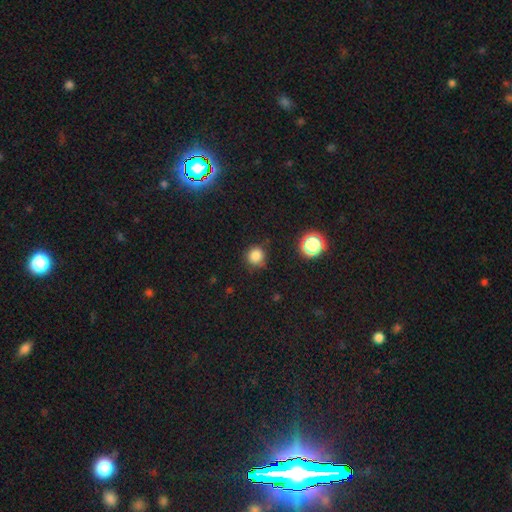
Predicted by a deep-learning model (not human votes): Smooth or featured?
  - smooth: 82% *
  - star or artifact: 14%
  - featured or disk: 4%
How rounded?
  - round: 90% *
  - in between: 9%
  - cigar-shaped: 1%
Merging?
  - none: 79% *
  - minor disturbance: 15%
  - major disturbance: 4%
  - merger: 2%